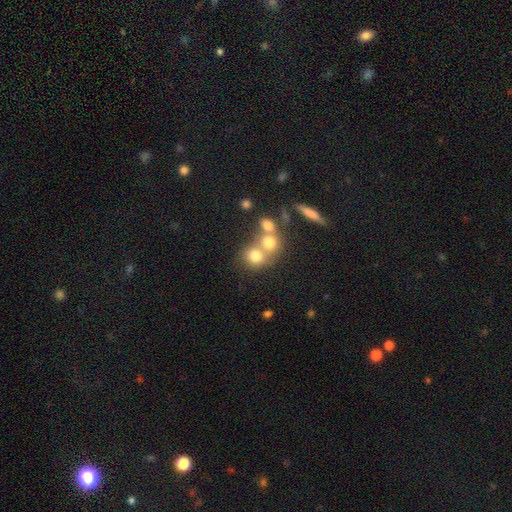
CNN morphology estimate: Overall: smooth (73%). How rounded: round (78%). Merging: merger (49%; none 40%).